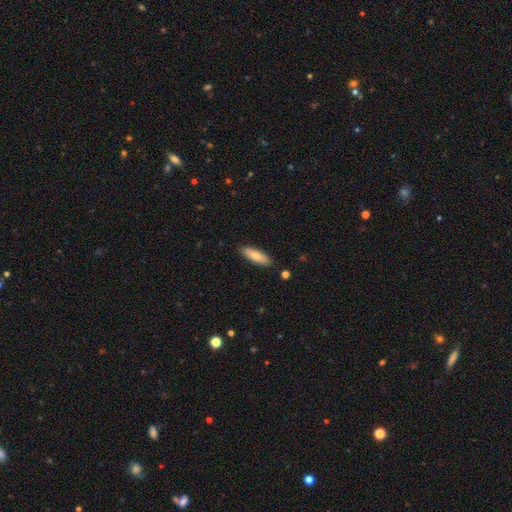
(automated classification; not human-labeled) Smooth or featured?
  - smooth: 75% *
  - featured or disk: 19%
  - star or artifact: 6%
How rounded?
  - in between: 49% * (tied)
  - cigar-shaped: 49% * (tied)
  - round: 2%
Merging?
  - none: 88% *
  - minor disturbance: 8%
  - major disturbance: 2%
  - merger: 2%